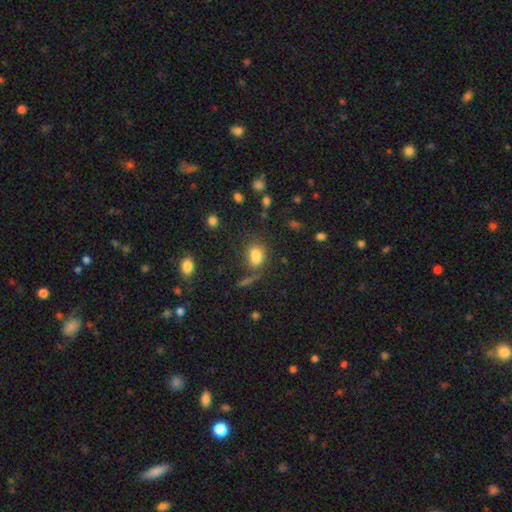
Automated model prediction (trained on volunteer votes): Overall: smooth (79%). How rounded: in between (77%). Merging: none (54%; minor disturbance 20%).